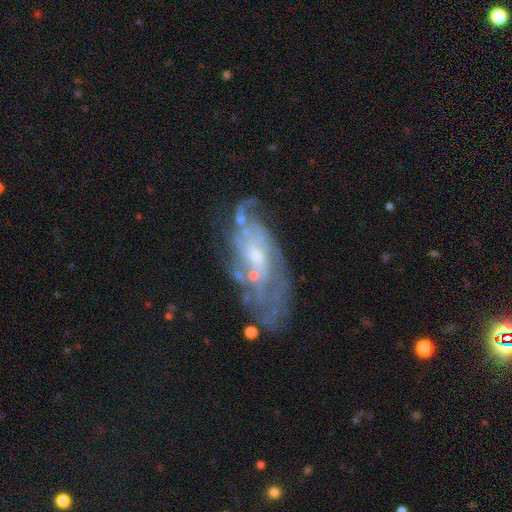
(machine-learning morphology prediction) Overall: featured or disk (80%). Edge-on disk: no (90%). Bar: no (58%; weak 35%). Spiral arms: yes (82%). Spiral arm count: can't tell (56%). Spiral winding: tight (53%; medium 33%). Bulge size: small (58%; moderate 33%). Merging: none (60%; minor disturbance 21%).